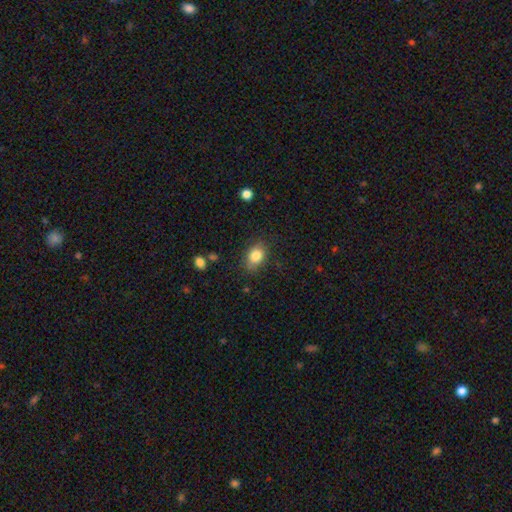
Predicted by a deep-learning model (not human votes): Q: Smooth or featured?
A: smooth (83%); runner-up: star or artifact (9%)
Q: How rounded?
A: in between (68%); runner-up: round (30%)
Q: Merging?
A: none (78%); runner-up: minor disturbance (16%)